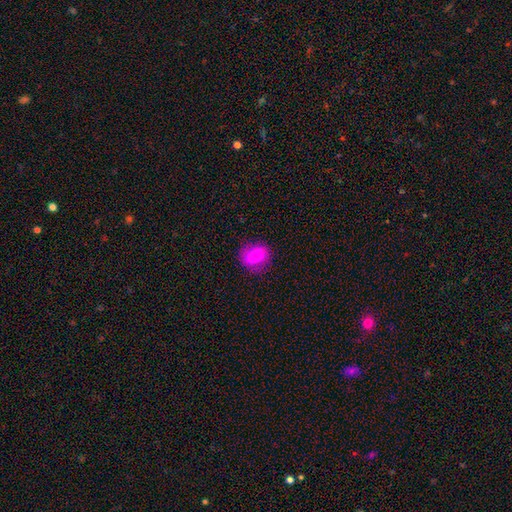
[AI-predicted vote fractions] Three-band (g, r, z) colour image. It shows a smooth galaxy with no disk features (75%) that is round (57%). Merging: none (73%).